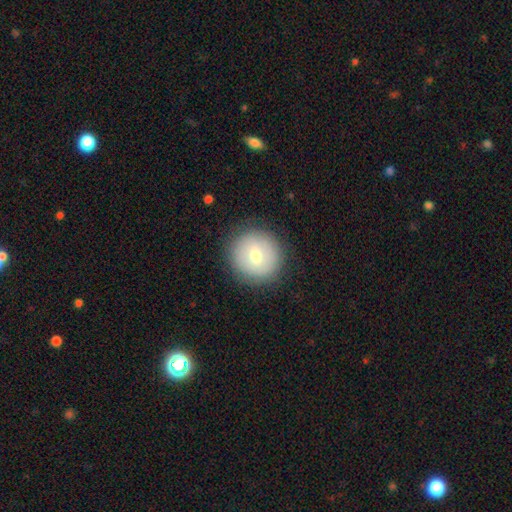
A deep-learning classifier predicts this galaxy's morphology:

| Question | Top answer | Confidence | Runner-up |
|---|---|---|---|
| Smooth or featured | smooth | 68% | featured or disk (23%) |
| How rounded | round | 93% | in between (6%) |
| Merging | none | 88% | minor disturbance (8%) |